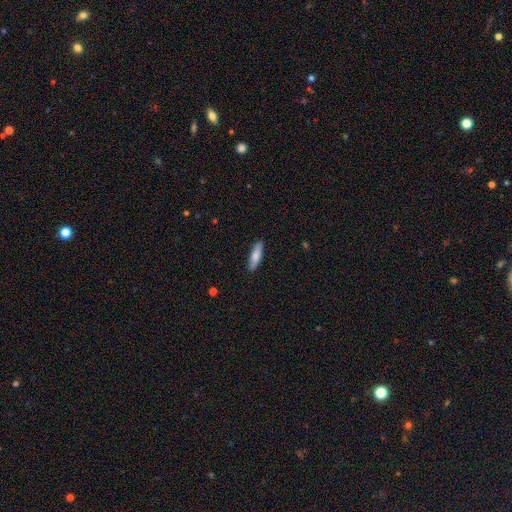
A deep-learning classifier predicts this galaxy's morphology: This is likely a smooth galaxy (76%). How rounded: likely cigar-shaped (71%). Merging: clearly none (88%).